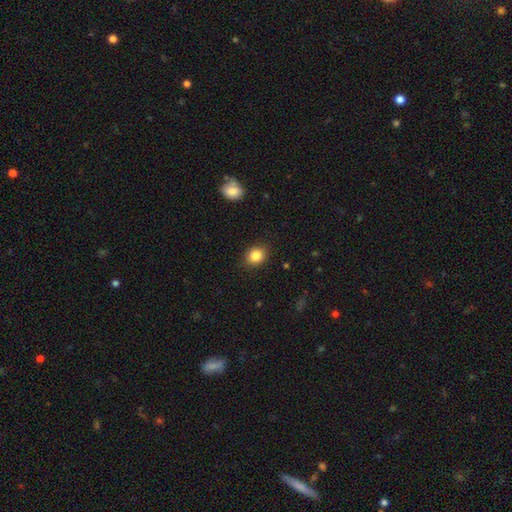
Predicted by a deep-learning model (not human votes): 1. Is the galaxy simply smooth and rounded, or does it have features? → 85% smooth, 10% star or artifact, 6% featured or disk.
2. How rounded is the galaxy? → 53% round, 46% in between, 1% cigar-shaped.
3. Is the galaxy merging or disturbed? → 87% none, 10% minor disturbance, 2% major disturbance, 1% merger.